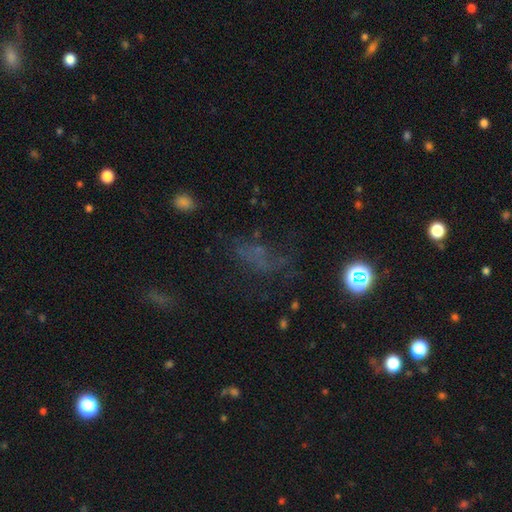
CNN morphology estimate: Smooth or featured? smooth (37%, tied with star or artifact)
Merging? none (48%)